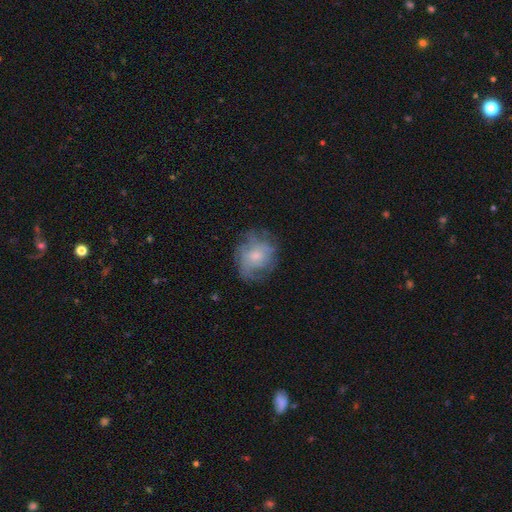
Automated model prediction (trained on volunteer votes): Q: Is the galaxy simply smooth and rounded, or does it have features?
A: featured or disk — 49%.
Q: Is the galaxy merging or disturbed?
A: none — 60%.